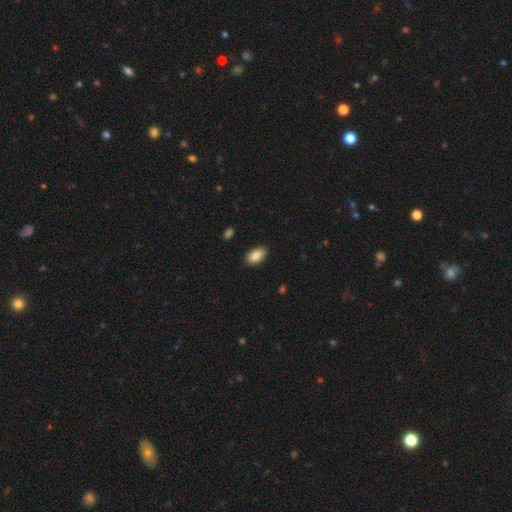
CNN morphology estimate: This is clearly a smooth galaxy (85%). How rounded: clearly in between (93%). Merging: clearly none (88%).